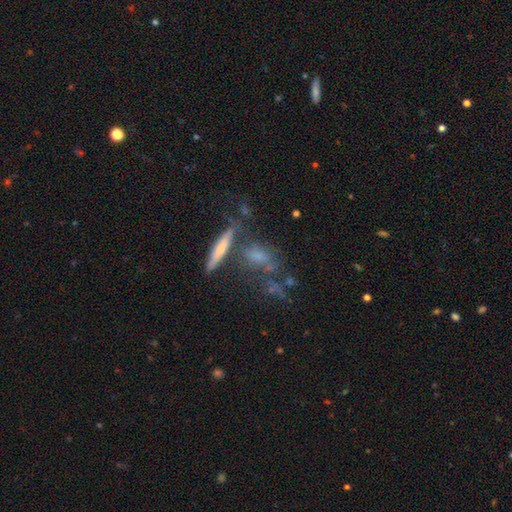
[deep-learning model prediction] This appears to be a smooth galaxy with no disk features (43%). Merging: none (53%).